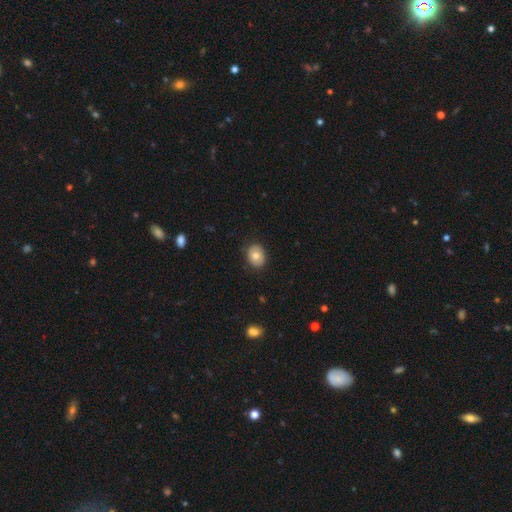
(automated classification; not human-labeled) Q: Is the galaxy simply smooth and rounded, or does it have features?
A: smooth — 76%.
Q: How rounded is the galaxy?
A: in between — 56%.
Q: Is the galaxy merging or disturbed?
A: none — 85%.